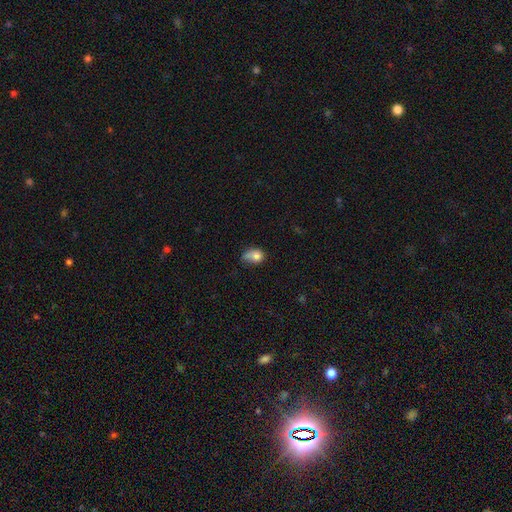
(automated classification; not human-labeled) A smooth galaxy with no disk features (76%) that is in between round and cigar-shaped (64%). Merging: minor disturbance (36%).